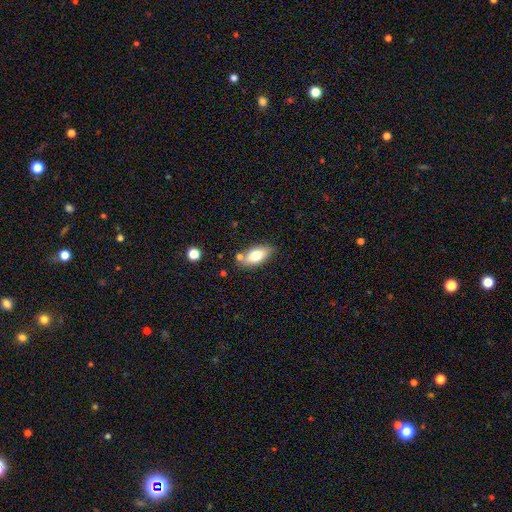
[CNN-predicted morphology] The model was most divided on "smooth or featured": smooth: 73%, featured or disk: 19%, star or artifact: 7%. More confident: how rounded — in between (85%); merging — none (74%).